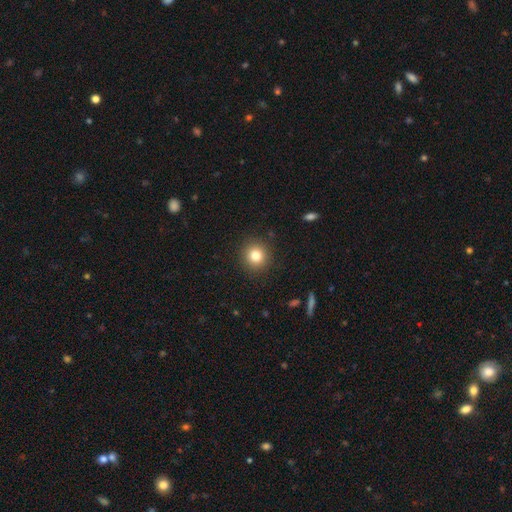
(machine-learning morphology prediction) Smooth or featured?
  - smooth: 81% *
  - star or artifact: 12%
  - featured or disk: 7%
How rounded?
  - round: 92% *
  - in between: 7%
  - cigar-shaped: 1%
Merging?
  - none: 90% *
  - minor disturbance: 6%
  - major disturbance: 2%
  - merger: 1%